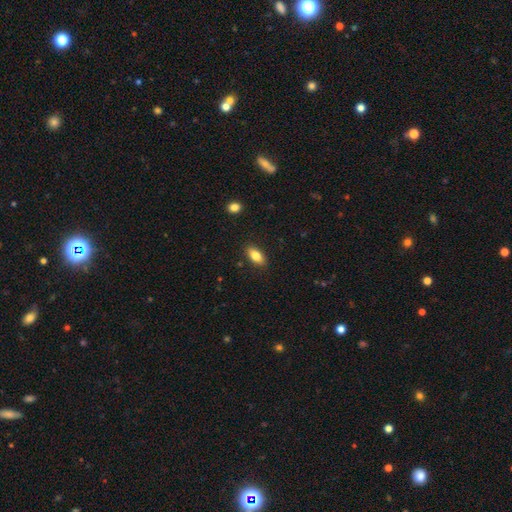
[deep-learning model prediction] A smooth galaxy with no disk features (83%) that is in between round and cigar-shaped (88%).

Vote fractions:
- Smooth or featured? smooth: 83% / featured or disk: 10% / star or artifact: 7%
- How rounded? in between: 88% / cigar-shaped: 9% / round: 4%
- Merging? none: 87% / minor disturbance: 9% / major disturbance: 2% / merger: 1%